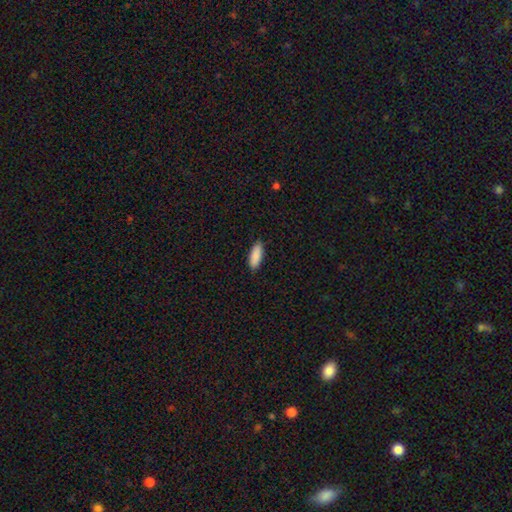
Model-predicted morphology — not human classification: Overall: smooth (90%). How rounded: in between (74%). Merging: none (87%).